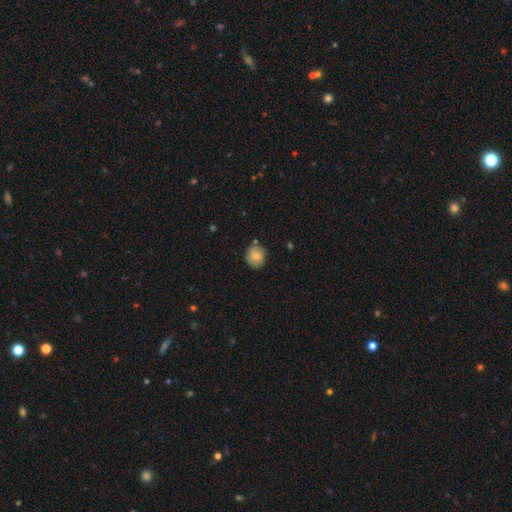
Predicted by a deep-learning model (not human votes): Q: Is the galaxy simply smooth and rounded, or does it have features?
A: smooth — 74%.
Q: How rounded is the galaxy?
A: round — 77%.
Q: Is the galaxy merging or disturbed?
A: none — 77%.